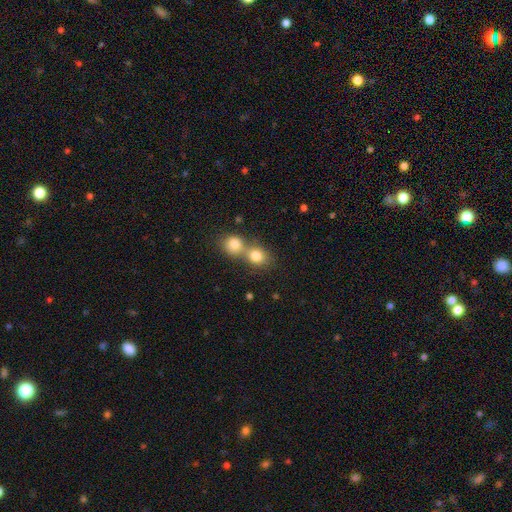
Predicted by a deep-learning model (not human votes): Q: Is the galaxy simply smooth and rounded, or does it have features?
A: smooth — 80%.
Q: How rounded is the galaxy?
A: round — 73%.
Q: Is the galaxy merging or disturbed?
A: merger — 58%.